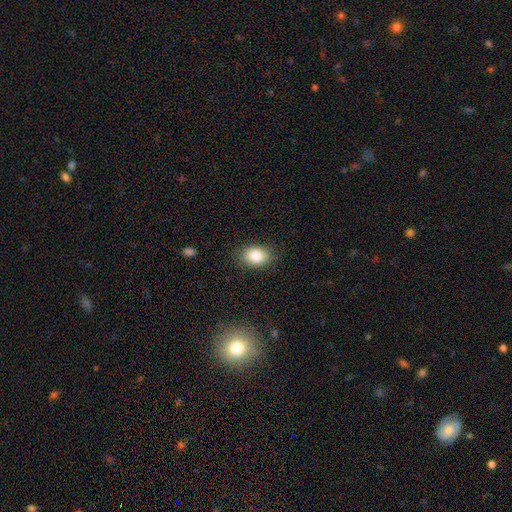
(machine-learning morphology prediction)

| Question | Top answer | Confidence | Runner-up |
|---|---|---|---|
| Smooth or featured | smooth | 86% | star or artifact (8%) |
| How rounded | in between | 73% | round (26%) |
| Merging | none | 82% | minor disturbance (13%) |